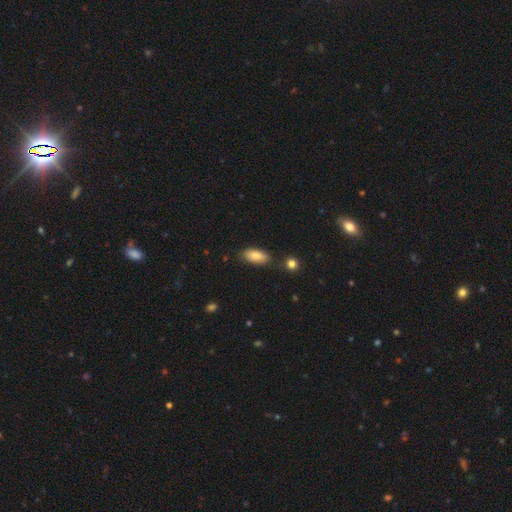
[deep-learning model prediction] Smooth or featured? Predicted: smooth (p=0.83). How rounded? Predicted: in between (p=0.86). Merging? Predicted: none (p=0.80).